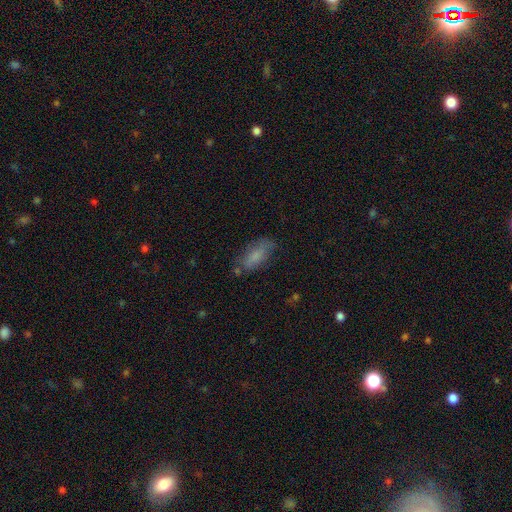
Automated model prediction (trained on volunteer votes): Morphology: type=smooth (75%); roundness=in between (76%); merging=none (63%).